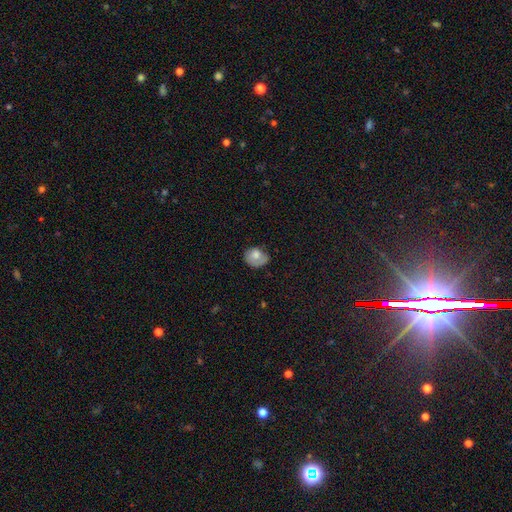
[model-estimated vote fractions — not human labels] Smooth or featured? Predicted: smooth (p=0.69). How rounded? Predicted: in between (p=0.50). Merging? Predicted: none (p=0.48).